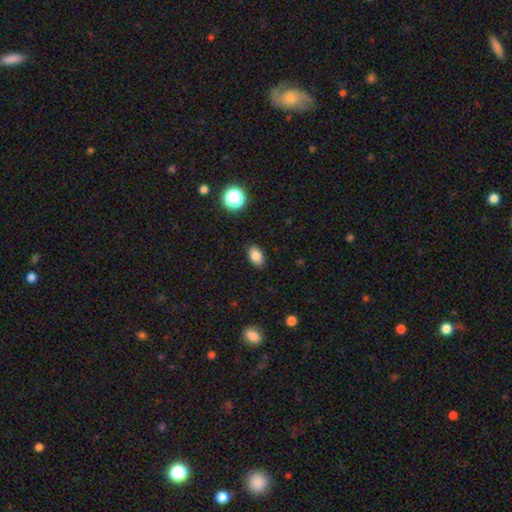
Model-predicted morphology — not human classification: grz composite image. It shows a smooth galaxy with no disk features (85%) that is in between round and cigar-shaped (87%). Merging: none (88%).